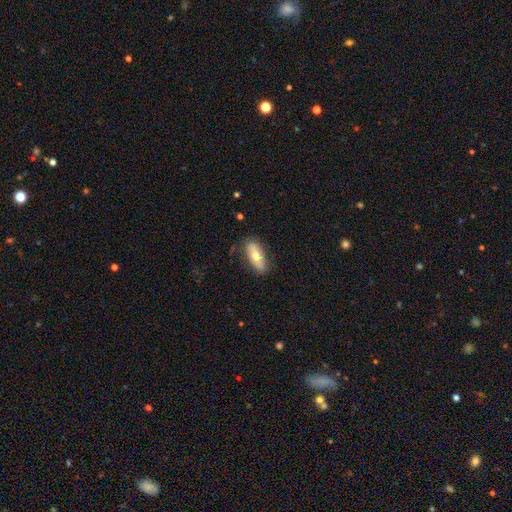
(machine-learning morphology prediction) Smooth or featured? Predicted: smooth (p=0.65). How rounded? Predicted: in between (p=0.78). Merging? Predicted: none (p=0.81).